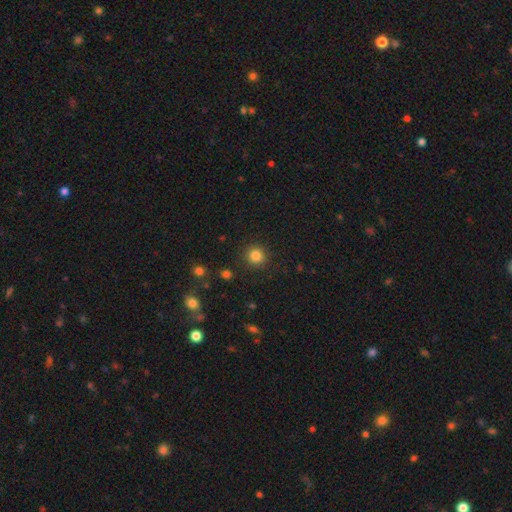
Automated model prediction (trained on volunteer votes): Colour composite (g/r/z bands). It shows a smooth galaxy with no disk features (83%) that is round (93%). Merging: none (90%).